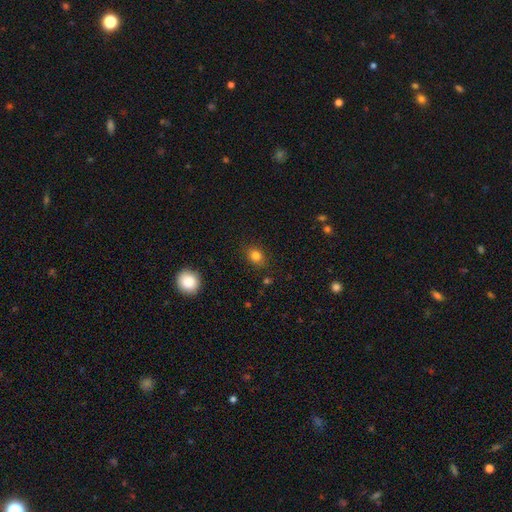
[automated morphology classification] Q: Smooth or featured?
A: smooth (81%); runner-up: star or artifact (13%)
Q: How rounded?
A: round (56%); runner-up: in between (43%)
Q: Merging?
A: none (85%); runner-up: minor disturbance (11%)